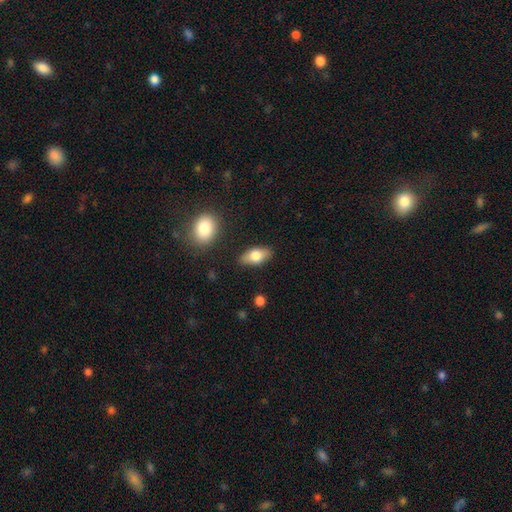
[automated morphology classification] Smooth or featured? Predicted: smooth (p=0.74). How rounded? Predicted: in between (p=0.88). Merging? Predicted: none (p=0.85).